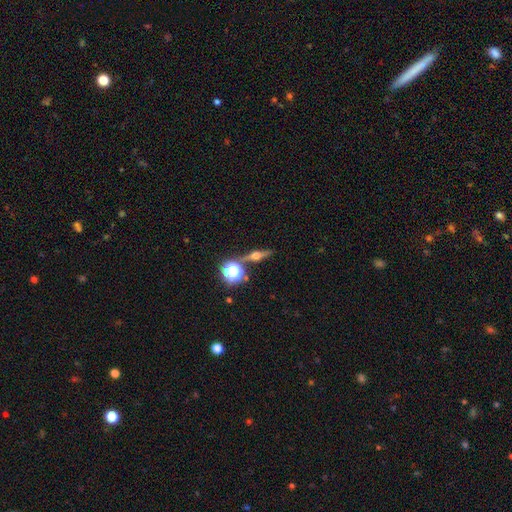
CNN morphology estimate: Smooth or featured? featured or disk (63%)
Edge-on disk? yes (94%)
Edge-on bulge? rounded (94%)
Merging? none (82%)